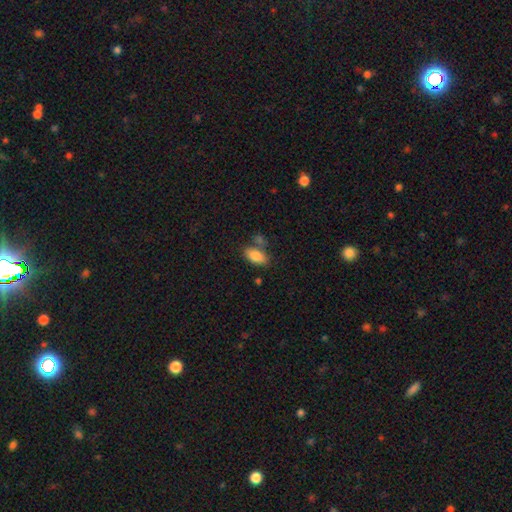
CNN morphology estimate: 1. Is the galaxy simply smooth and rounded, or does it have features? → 85% smooth, 8% featured or disk, 7% star or artifact.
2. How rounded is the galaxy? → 91% in between, 5% round, 4% cigar-shaped.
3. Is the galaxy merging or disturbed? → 63% none, 16% minor disturbance, 16% merger, 5% major disturbance.